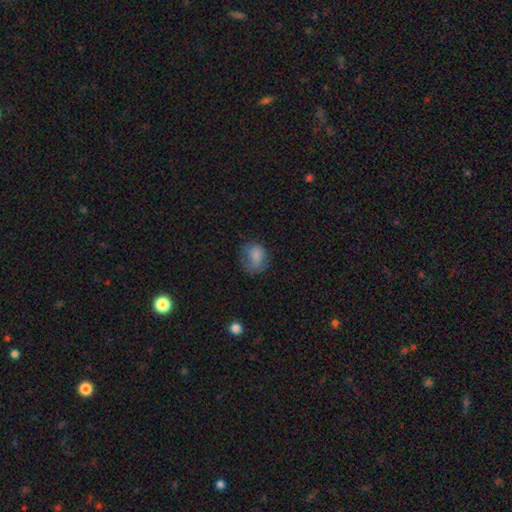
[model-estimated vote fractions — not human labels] This is likely a smooth galaxy (79%). How rounded: possibly round (57%). Merging: possibly none (54%).